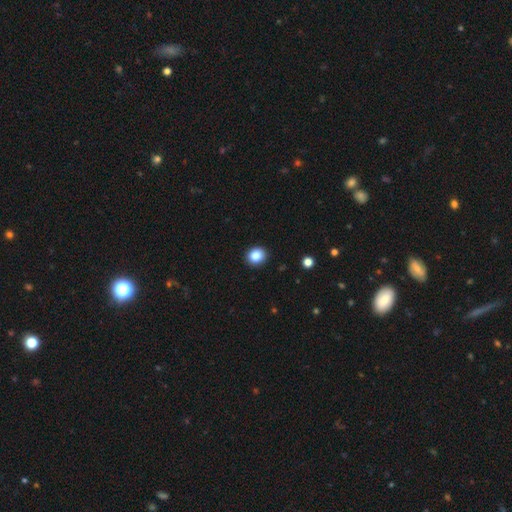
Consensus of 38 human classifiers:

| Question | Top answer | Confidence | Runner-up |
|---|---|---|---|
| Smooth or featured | smooth | 87% | star or artifact (8%) |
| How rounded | round | 85% | in between (15%) |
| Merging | none | 91% | minor disturbance (9%) |